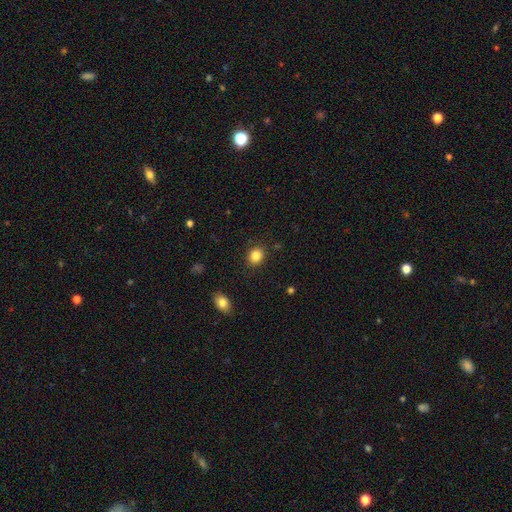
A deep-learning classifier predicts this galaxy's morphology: smooth_or_featured: smooth (p=0.85) [alt: star or artifact p=0.10]
how_rounded: round (p=0.70) [alt: in between p=0.29]
merging: none (p=0.89) [alt: minor disturbance p=0.08]